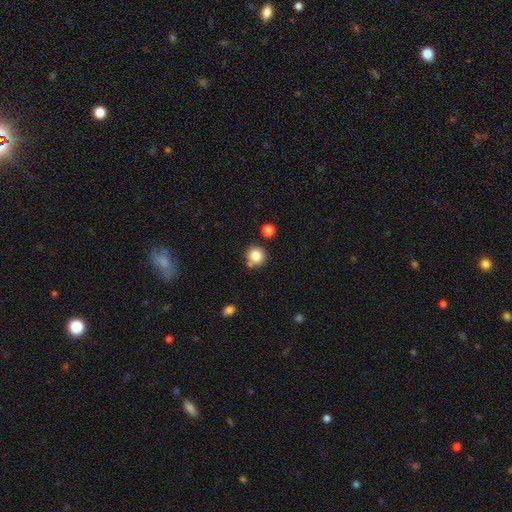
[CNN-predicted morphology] smooth 83%, star or artifact 11%, featured or disk 6%. Down the decision tree: how rounded — round (92%); merging — none (74%).